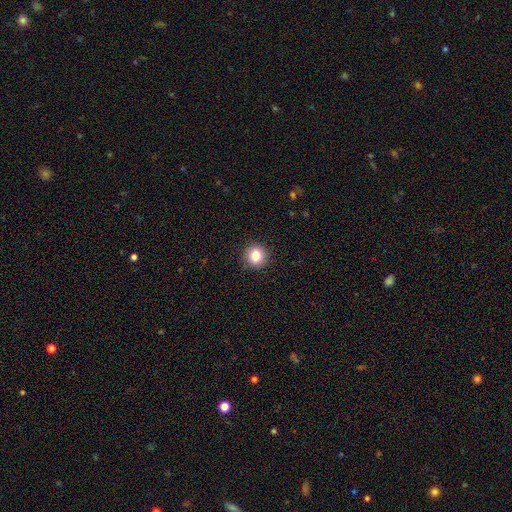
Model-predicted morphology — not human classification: A smooth galaxy with no disk features (82%) that is round (88%). Merging: none (91%).